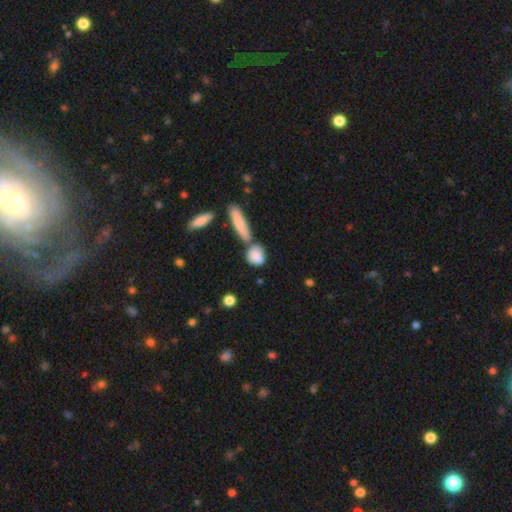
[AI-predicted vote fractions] Q: Smooth or featured?
A: smooth (83%); runner-up: featured or disk (10%)
Q: How rounded?
A: round (44%); runner-up: in between (42%)
Q: Merging?
A: none (52%); runner-up: merger (26%)